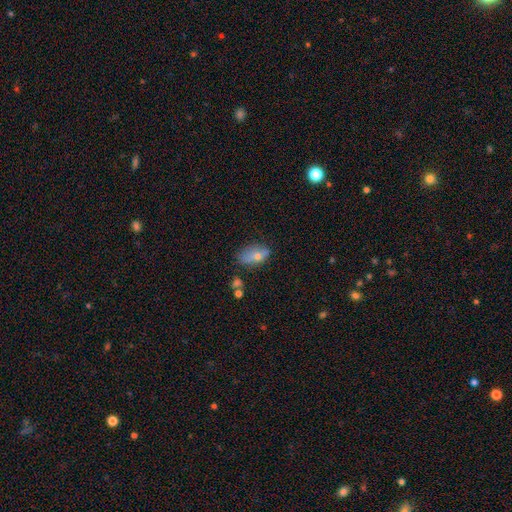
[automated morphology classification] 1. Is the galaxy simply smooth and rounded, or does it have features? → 70% smooth, 21% featured or disk, 9% star or artifact.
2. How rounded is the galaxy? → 88% in between, 7% round, 5% cigar-shaped.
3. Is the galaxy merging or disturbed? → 53% none, 29% minor disturbance, 12% major disturbance, 6% merger.